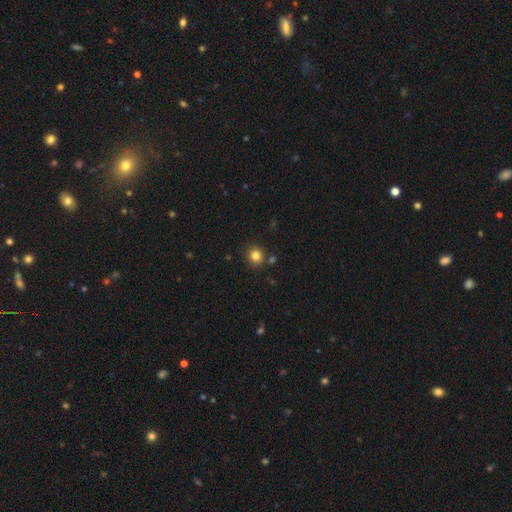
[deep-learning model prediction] smooth 82%, star or artifact 12%, featured or disk 5%. Down the decision tree: how rounded — round (82%); merging — none (85%).